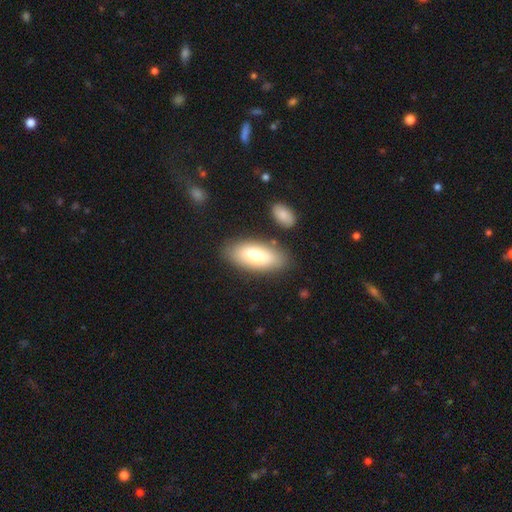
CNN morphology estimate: Smooth or featured? Predicted: smooth (p=0.71). How rounded? Predicted: in between (p=0.86). Merging? Predicted: none (p=0.81).